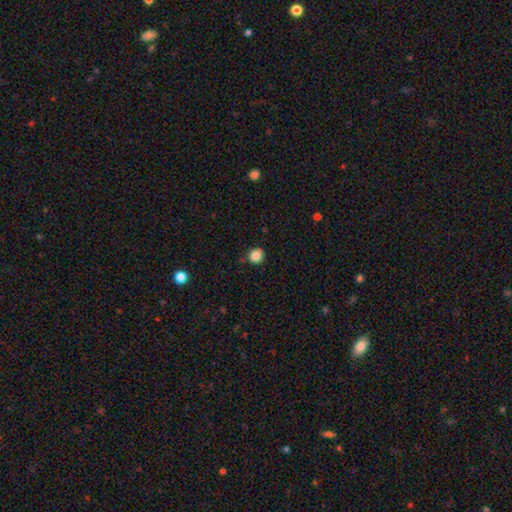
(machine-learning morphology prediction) smooth-or-featured: smooth: 85% | star or artifact: 11% | featured or disk: 4%
  how-rounded: round: 90% | in between: 9% | cigar-shaped: 1%
  merging: none: 87% | minor disturbance: 9% | major disturbance: 2% | merger: 2%